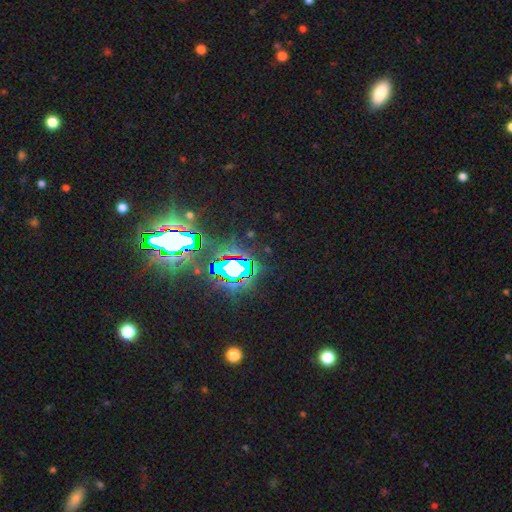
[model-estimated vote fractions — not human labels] Smooth or featured: star or artifact — 83% (smooth — 10%)